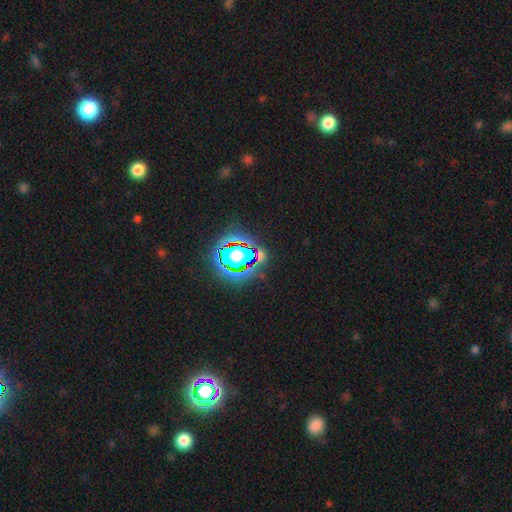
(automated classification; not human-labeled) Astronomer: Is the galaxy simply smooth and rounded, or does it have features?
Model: star or artifact — 72%.